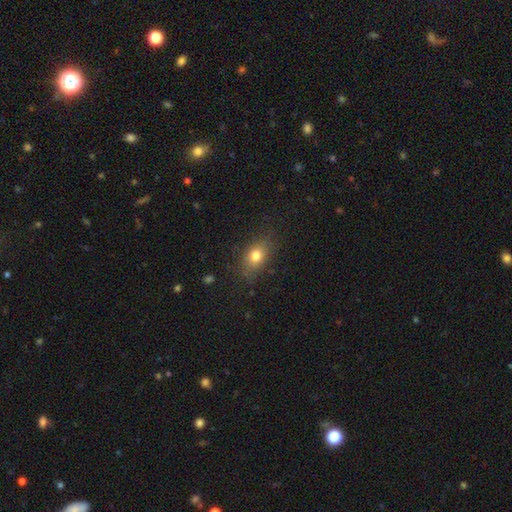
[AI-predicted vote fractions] Smooth or featured?
  - smooth: 77% *
  - featured or disk: 12%
  - star or artifact: 11%
How rounded?
  - in between: 70% *
  - round: 26%
  - cigar-shaped: 4%
Merging?
  - none: 80% *
  - minor disturbance: 14%
  - major disturbance: 5%
  - merger: 1%